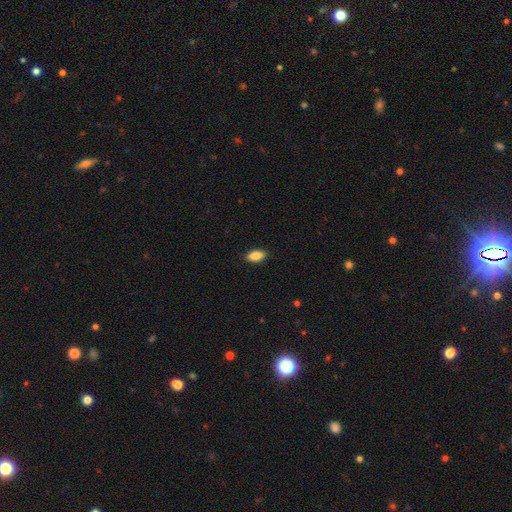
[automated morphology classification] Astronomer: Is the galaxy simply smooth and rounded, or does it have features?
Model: smooth — 87%.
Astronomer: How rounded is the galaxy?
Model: in between — 88%.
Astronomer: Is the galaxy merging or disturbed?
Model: none — 88%.